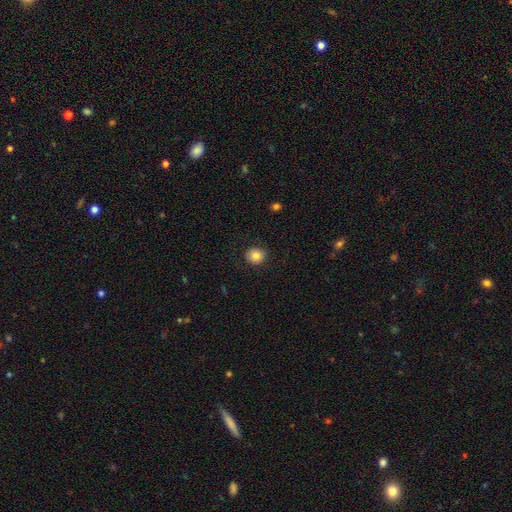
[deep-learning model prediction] The model was most divided on "how rounded": round: 83%, in between: 16%, cigar-shaped: 1%. More confident: merging — none (88%); smooth or featured — smooth (84%).